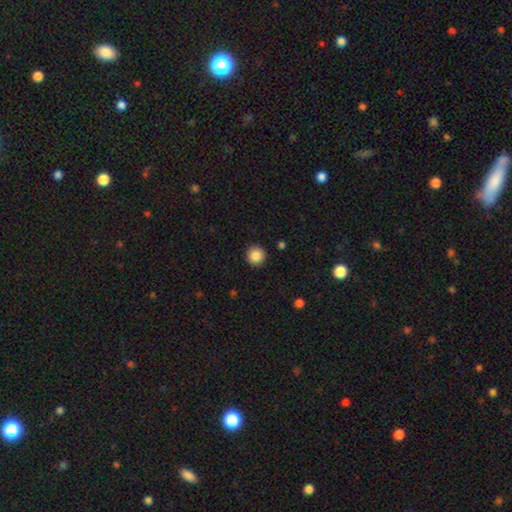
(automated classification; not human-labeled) This appears to be a smooth galaxy with no disk features (86%) that is round (95%). Merging: none (91%).